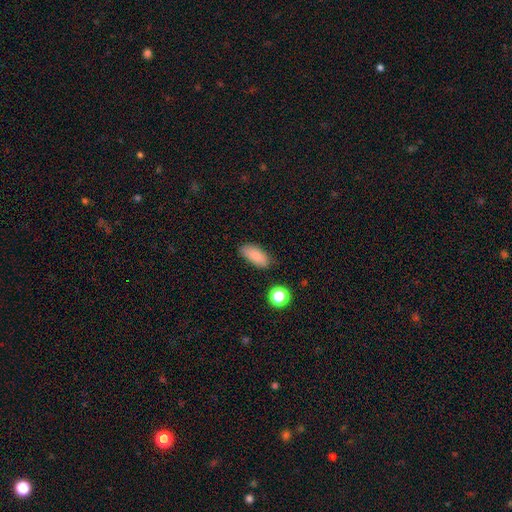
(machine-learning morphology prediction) A smooth galaxy with no disk features (85%) that is in between round and cigar-shaped (85%). Merging: none (80%).